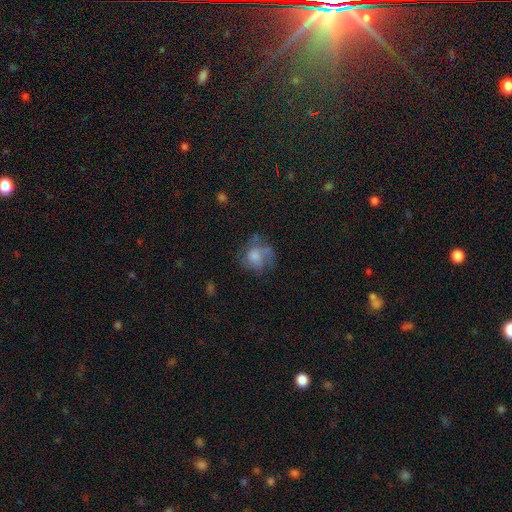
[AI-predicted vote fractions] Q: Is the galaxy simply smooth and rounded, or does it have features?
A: smooth — 57%.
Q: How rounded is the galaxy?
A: round — 71%.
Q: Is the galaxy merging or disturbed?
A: none — 45%.